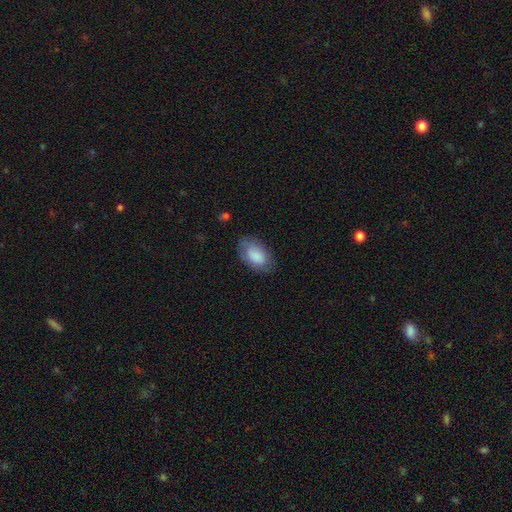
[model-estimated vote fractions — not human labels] This is clearly a smooth galaxy (83%). How rounded: clearly in between (91%). Merging: likely none (73%).